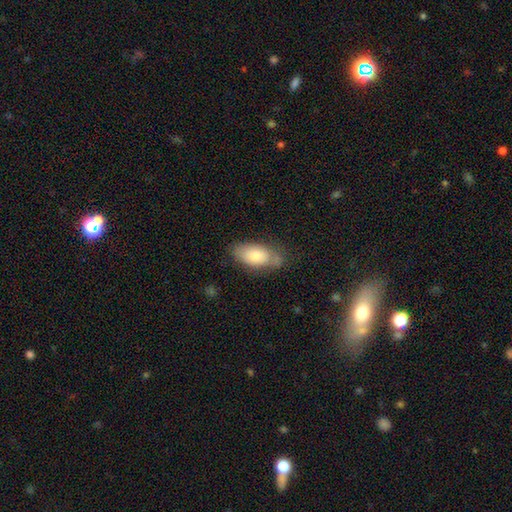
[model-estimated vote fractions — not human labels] This is likely a smooth galaxy (77%). How rounded: clearly in between (90%). Merging: likely none (63%).